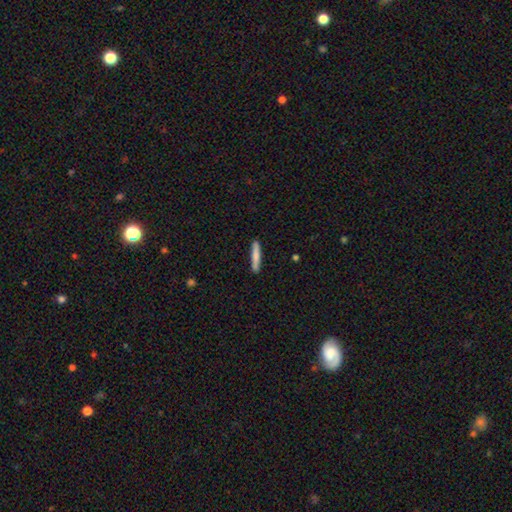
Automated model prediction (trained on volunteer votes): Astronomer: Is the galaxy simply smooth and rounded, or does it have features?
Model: smooth — 78%.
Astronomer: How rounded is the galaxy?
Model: cigar-shaped — 93%.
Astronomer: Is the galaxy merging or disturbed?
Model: none — 88%.